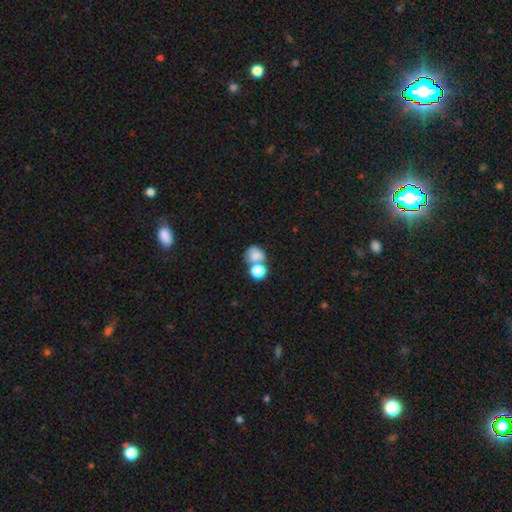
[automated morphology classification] A smooth galaxy with no disk features (77%) that is round (68%). Merging: merger (49%).